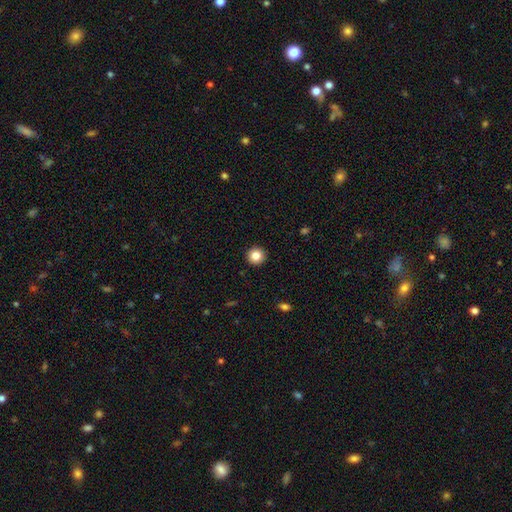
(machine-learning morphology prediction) Smooth or featured: smooth — 84% (star or artifact — 10%)
How rounded: round — 95% (in between — 4%)
Merging: none — 93% (minor disturbance — 4%)